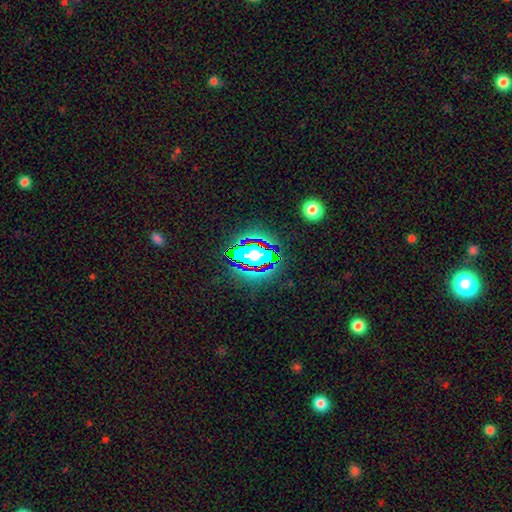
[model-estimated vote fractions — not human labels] star or artifact 79%, smooth 12%, featured or disk 9%.